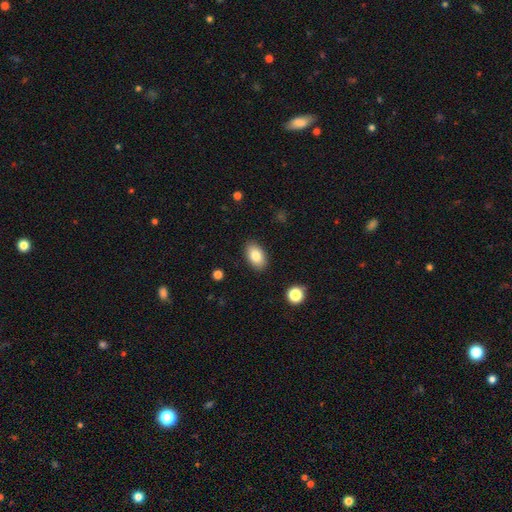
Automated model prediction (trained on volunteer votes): Smooth or featured? Predicted: smooth (p=0.82). How rounded? Predicted: in between (p=0.92). Merging? Predicted: none (p=0.88).